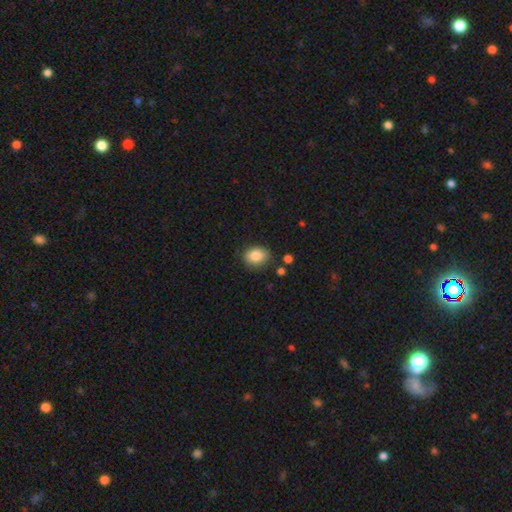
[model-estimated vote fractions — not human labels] A smooth galaxy with no disk features (85%) that is in between round and cigar-shaped (60%).

Vote fractions:
- Smooth or featured? smooth: 85% / star or artifact: 9% / featured or disk: 7%
- How rounded? in between: 60% / round: 39% / cigar-shaped: 1%
- Merging? none: 76% / minor disturbance: 17% / major disturbance: 4% / merger: 3%